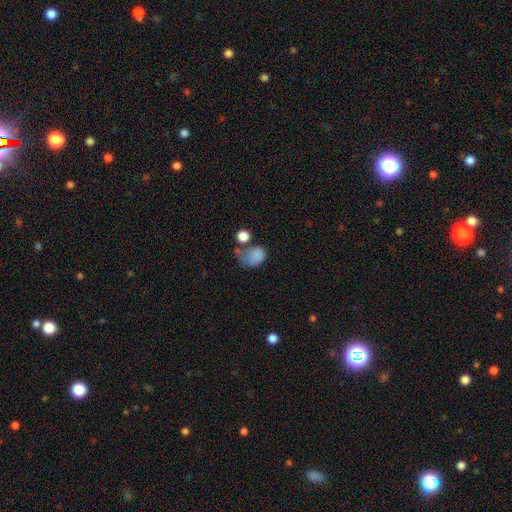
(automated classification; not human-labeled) Smooth or featured: smooth — 77% (featured or disk — 12%)
How rounded: in between — 63% (round — 36%)
Merging: major disturbance — 33% (none — 26%)